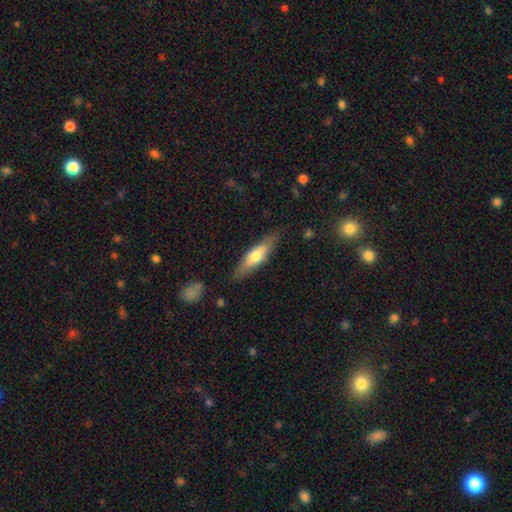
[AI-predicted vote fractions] This appears to be a smooth galaxy with no disk features (53%) that is cigar-shaped (66%). Merging: none (82%).